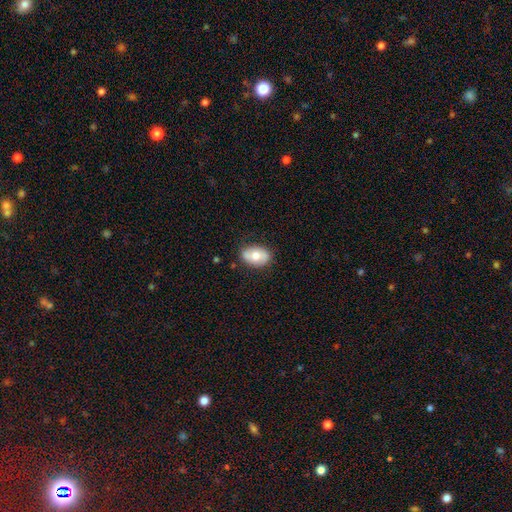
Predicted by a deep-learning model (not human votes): Q: Smooth or featured?
A: smooth (67%); runner-up: featured or disk (26%)
Q: How rounded?
A: in between (83%); runner-up: round (16%)
Q: Merging?
A: none (81%); runner-up: minor disturbance (15%)